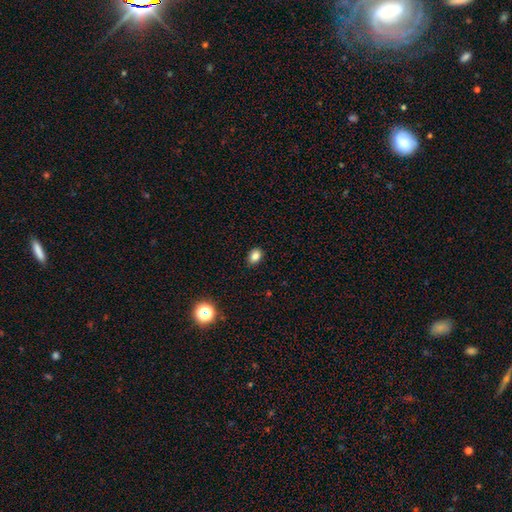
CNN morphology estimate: This is clearly a smooth galaxy (83%). How rounded: likely in between (72%). Merging: clearly none (88%).